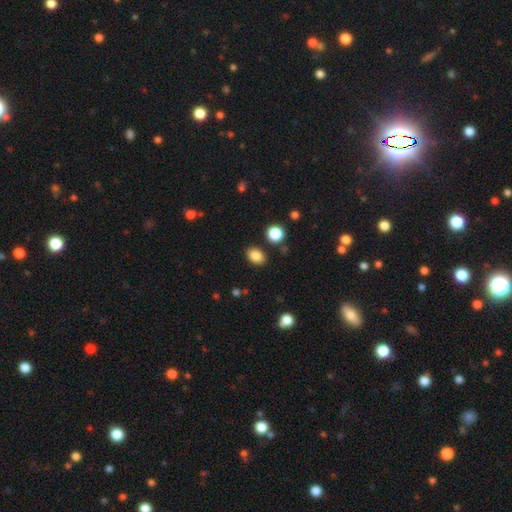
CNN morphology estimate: type=smooth (86%); roundness=in between (75%); merging=none (86%).